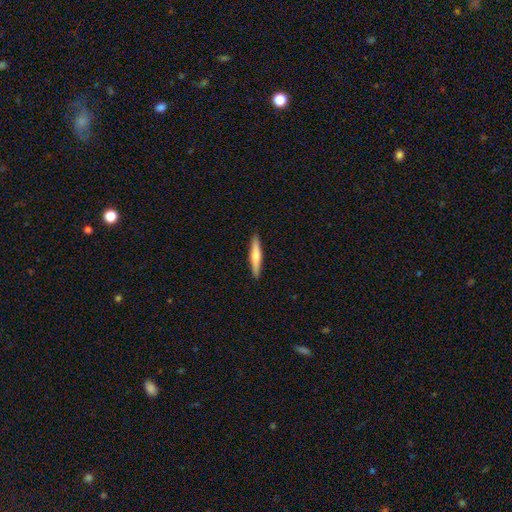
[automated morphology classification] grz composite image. It shows a smooth galaxy with no disk features (57%) that is cigar-shaped (92%). Merging: none (91%).